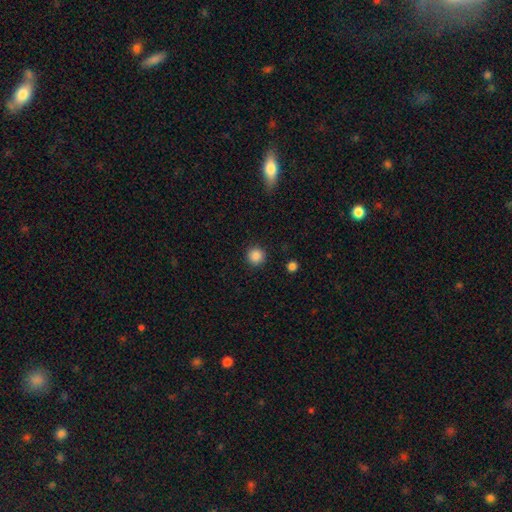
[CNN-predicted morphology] This appears to be a smooth galaxy with no disk features (87%) that is round (95%). Merging: none (92%).